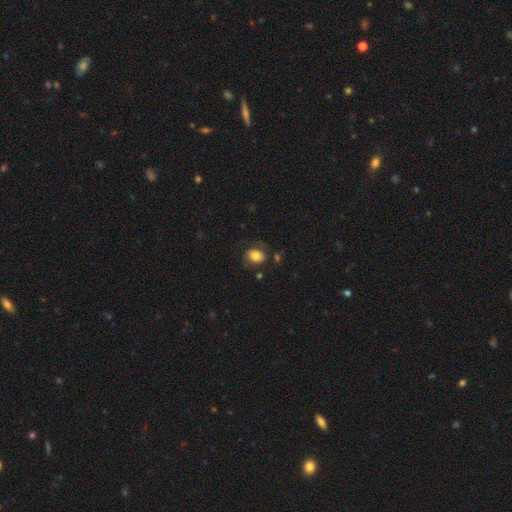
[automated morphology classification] This appears to be a smooth galaxy with no disk features (72%) that is round (52%). Merging: none (68%).